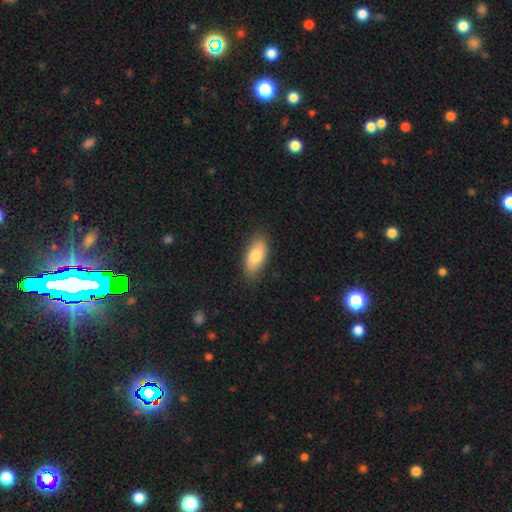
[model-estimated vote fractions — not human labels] Smooth or featured?
  - smooth: 79% *
  - featured or disk: 15%
  - star or artifact: 6%
How rounded?
  - in between: 87% *
  - cigar-shaped: 10%
  - round: 3%
Merging?
  - none: 86% *
  - minor disturbance: 11%
  - major disturbance: 2%
  - merger: 1%